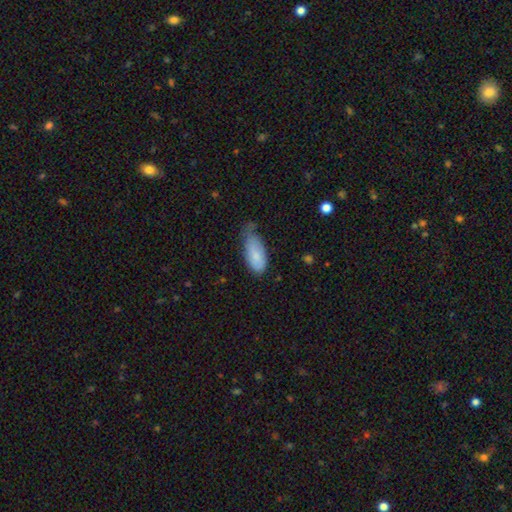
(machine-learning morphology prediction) Q: Smooth or featured?
A: smooth (80%); runner-up: featured or disk (13%)
Q: How rounded?
A: in between (88%); runner-up: cigar-shaped (10%)
Q: Merging?
A: minor disturbance (49%); runner-up: none (30%)